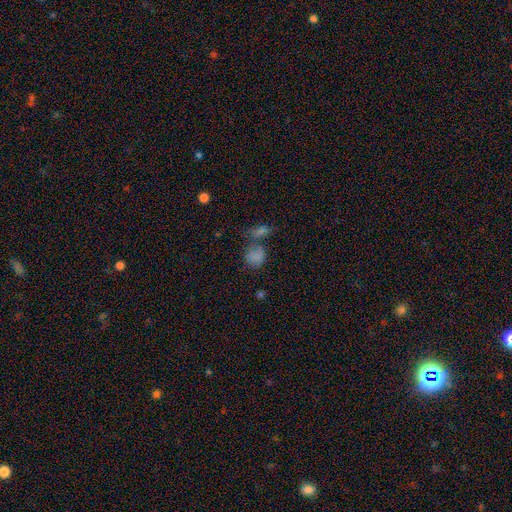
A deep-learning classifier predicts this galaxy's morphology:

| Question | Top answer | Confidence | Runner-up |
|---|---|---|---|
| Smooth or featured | smooth | 75% | star or artifact (16%) |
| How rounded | round | 57% | in between (41%) |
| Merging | none | 38% | merger (36%) |